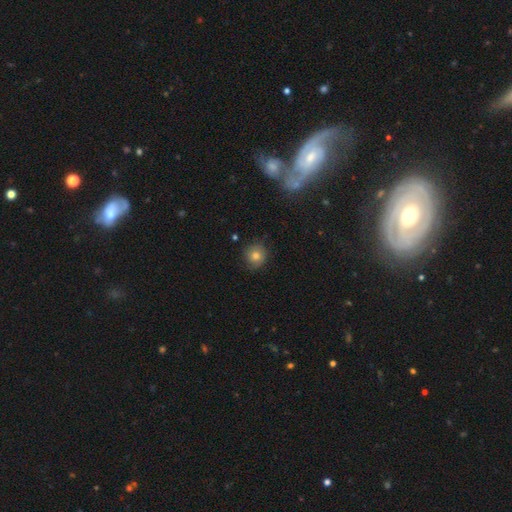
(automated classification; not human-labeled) Morphology: type=smooth (70%); roundness=round (90%); merging=none (78%).